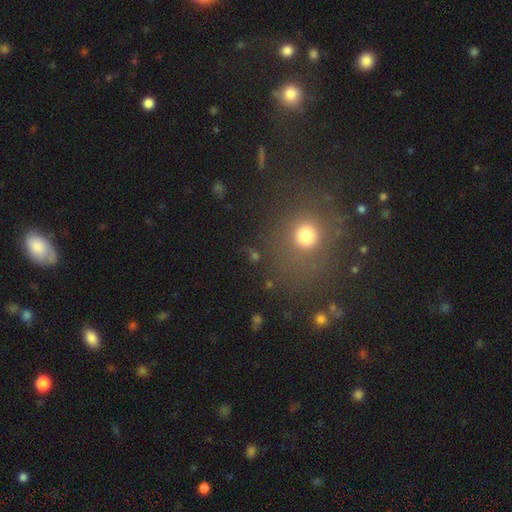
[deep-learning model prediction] smooth 60%, star or artifact 31%, featured or disk 9%. Down the decision tree: how rounded — round (80%); merging — none (81%).